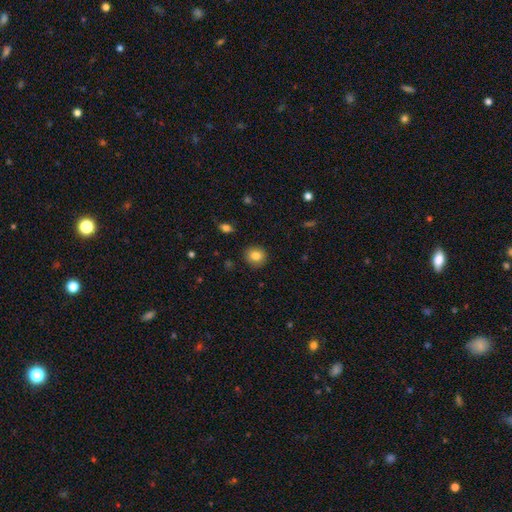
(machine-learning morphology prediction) smooth_or_featured: smooth (p=0.84) [alt: star or artifact p=0.09]
how_rounded: round (p=0.80) [alt: in between p=0.19]
merging: none (p=0.89) [alt: minor disturbance p=0.08]